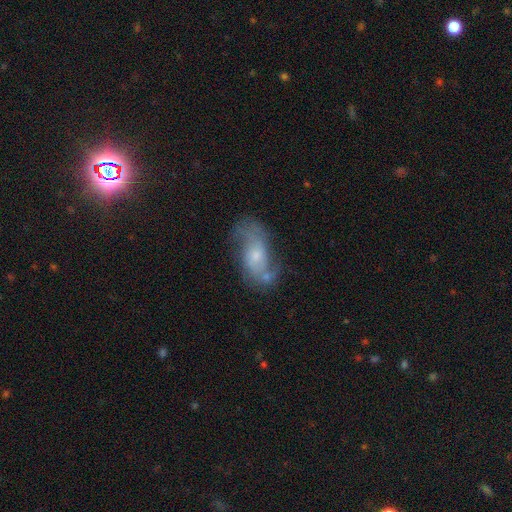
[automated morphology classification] A featured or disk galaxy (70%) with no bar (63%), 2 (81%) loose (46%) spiral arms (86%) and a small central bulge (54%). Merging: none (57%).